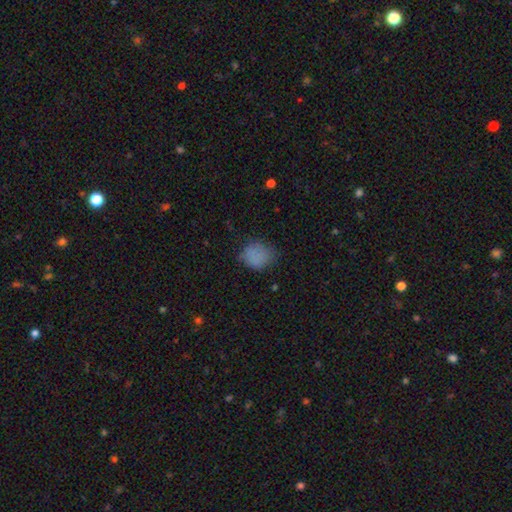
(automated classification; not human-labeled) Q: Smooth or featured?
A: smooth (80%); runner-up: star or artifact (11%)
Q: How rounded?
A: round (58%); runner-up: in between (41%)
Q: Merging?
A: none (59%); runner-up: minor disturbance (30%)